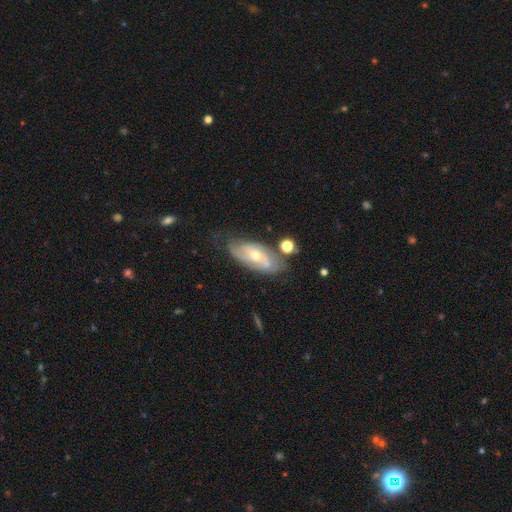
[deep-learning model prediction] A featured or disk galaxy (69%) with no bar (66%), spiral arms (80%) and a moderate central bulge (50%). Merging: none (59%).